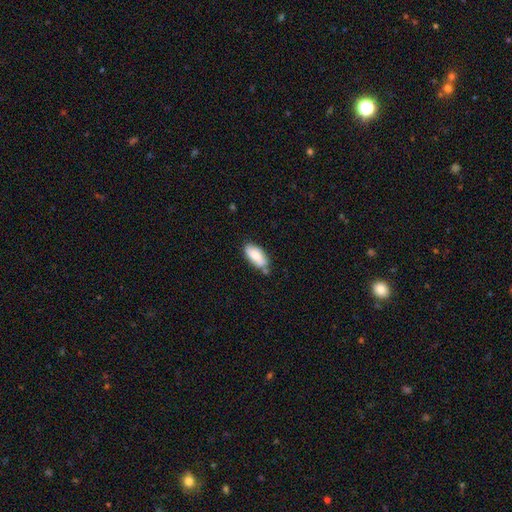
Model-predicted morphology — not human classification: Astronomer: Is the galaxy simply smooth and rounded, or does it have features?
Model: smooth — 77%.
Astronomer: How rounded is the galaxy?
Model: in between — 88%.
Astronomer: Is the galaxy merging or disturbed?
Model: none — 63%.